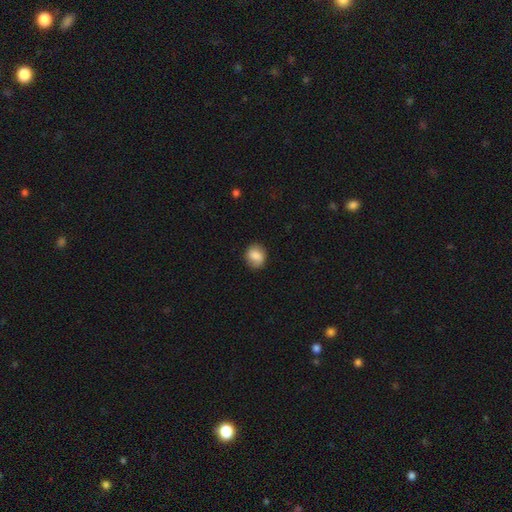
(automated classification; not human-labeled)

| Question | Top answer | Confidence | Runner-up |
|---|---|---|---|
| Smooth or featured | smooth | 84% | featured or disk (8%) |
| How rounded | round | 61% | in between (38%) |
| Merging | none | 81% | minor disturbance (15%) |